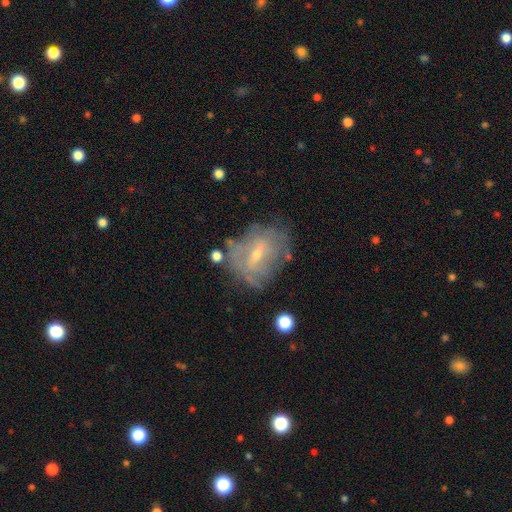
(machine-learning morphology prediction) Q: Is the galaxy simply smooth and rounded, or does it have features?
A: featured or disk — 68%.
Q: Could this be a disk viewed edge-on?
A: no — 94%.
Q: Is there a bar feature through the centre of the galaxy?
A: weak — 52%.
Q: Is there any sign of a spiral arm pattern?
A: yes — 55%.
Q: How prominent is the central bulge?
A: small — 65%.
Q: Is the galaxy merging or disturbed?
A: none — 57%.